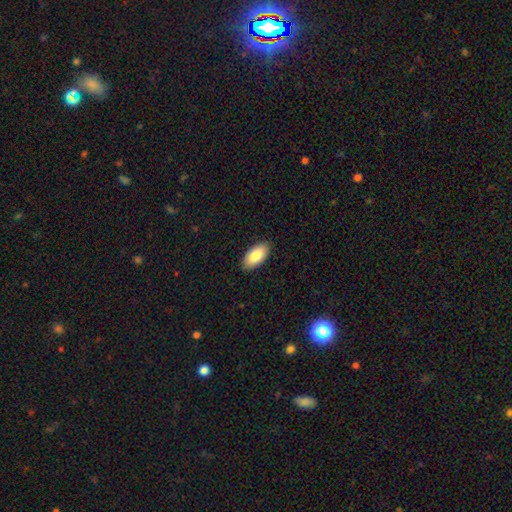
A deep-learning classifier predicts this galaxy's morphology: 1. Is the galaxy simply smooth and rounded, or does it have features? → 84% smooth, 10% featured or disk, 6% star or artifact.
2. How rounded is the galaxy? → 94% in between, 4% cigar-shaped, 2% round.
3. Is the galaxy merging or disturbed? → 89% none, 8% minor disturbance, 2% major disturbance, 1% merger.